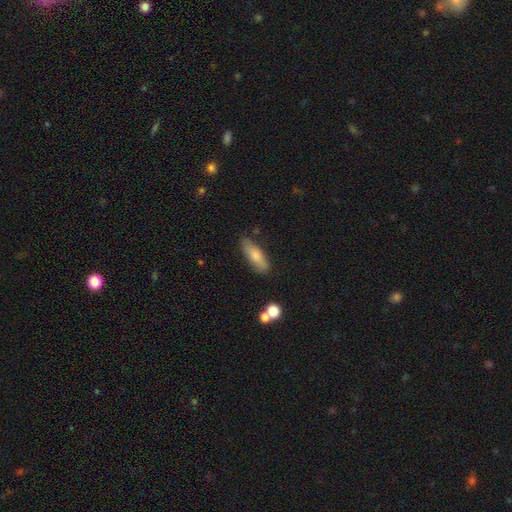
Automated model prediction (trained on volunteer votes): A smooth galaxy with no disk features (74%) that is in between round and cigar-shaped (55%). Merging: none (76%).